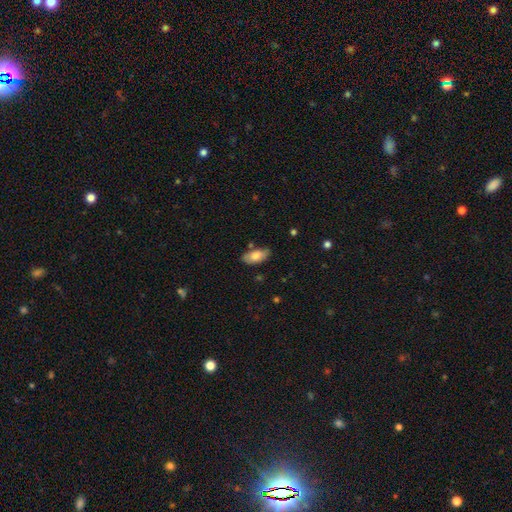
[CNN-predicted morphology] Smooth or featured? smooth (76%)
How rounded? in between (91%)
Merging? none (77%)